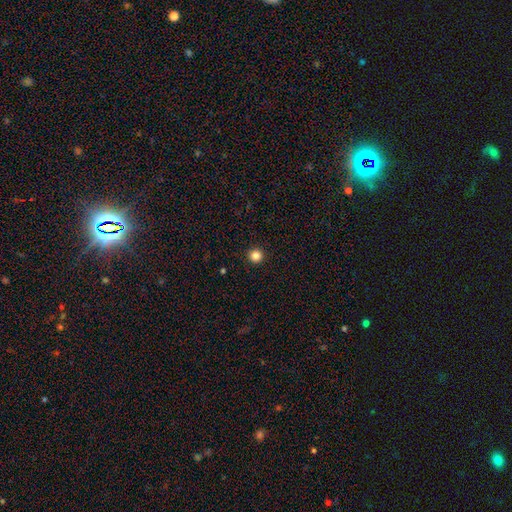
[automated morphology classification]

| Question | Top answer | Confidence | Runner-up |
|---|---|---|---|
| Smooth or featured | smooth | 85% | star or artifact (11%) |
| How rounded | round | 96% | in between (3%) |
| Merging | none | 94% | minor disturbance (4%) |